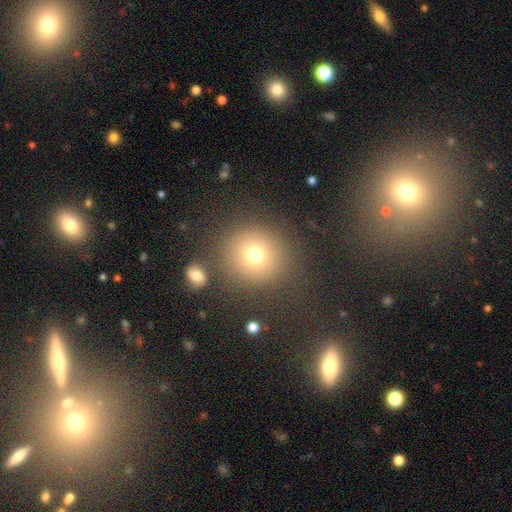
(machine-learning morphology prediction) smooth 74%, star or artifact 16%, featured or disk 10%. Down the decision tree: how rounded — round (90%); merging — none (80%).